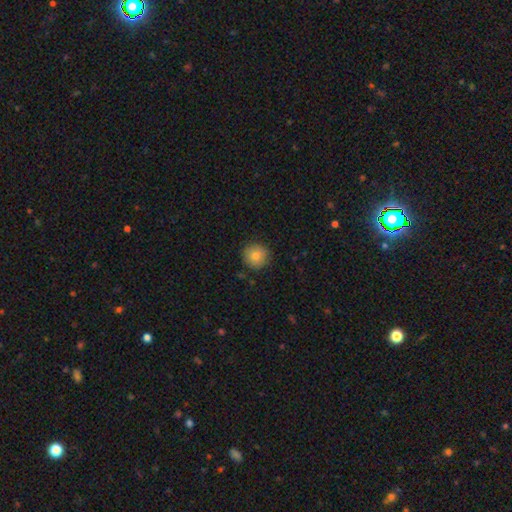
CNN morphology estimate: This is clearly a smooth galaxy (82%). How rounded: clearly round (94%). Merging: clearly none (88%).